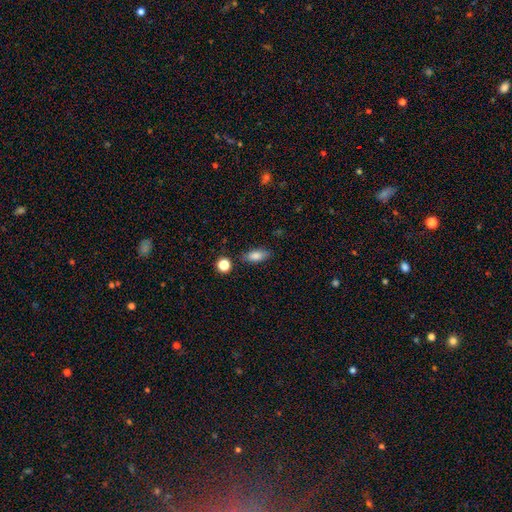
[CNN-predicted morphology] Smooth or featured?
  - smooth: 82% *
  - featured or disk: 9%
  - star or artifact: 8%
How rounded?
  - in between: 82% *
  - cigar-shaped: 13%
  - round: 5%
Merging?
  - none: 80% *
  - minor disturbance: 13%
  - merger: 4%
  - major disturbance: 3%